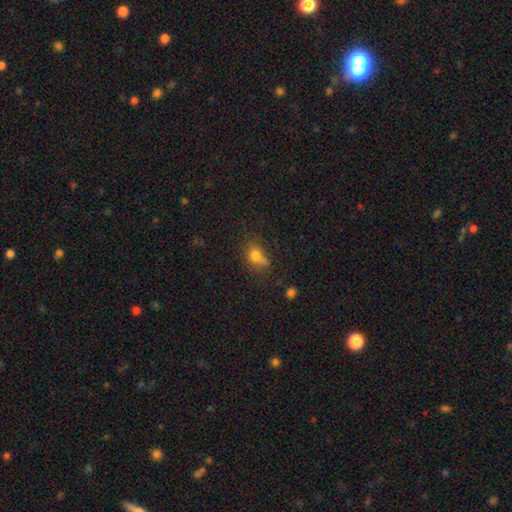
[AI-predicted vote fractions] This is likely a smooth galaxy (73%). How rounded: possibly in between (51%). Merging: marginally none (44%).